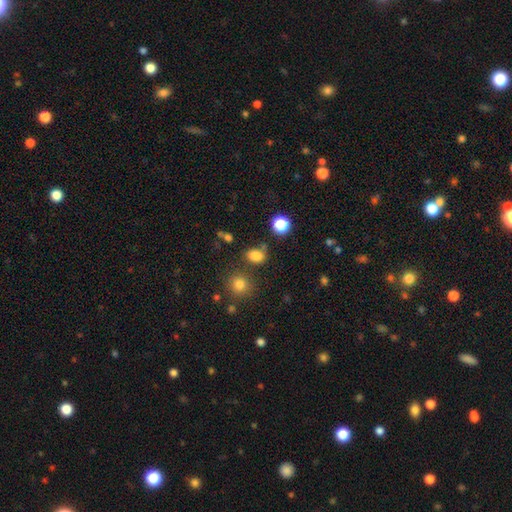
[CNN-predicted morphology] The model was most divided on "how rounded": in between: 68%, round: 31%, cigar-shaped: 1%. More confident: smooth or featured — smooth (80%); merging — none (73%).